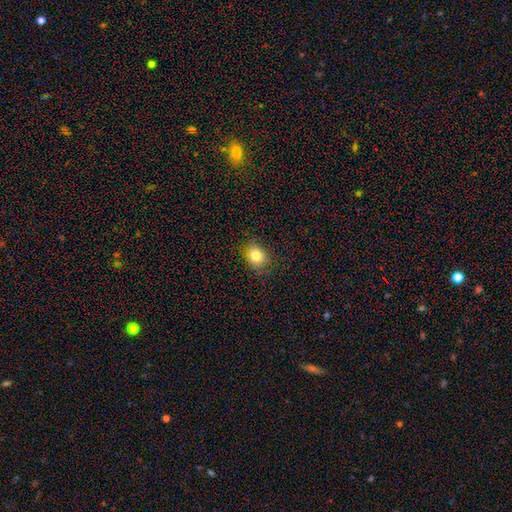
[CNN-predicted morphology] This appears to be a smooth galaxy with no disk features (81%) that is round (52%). Merging: none (82%).